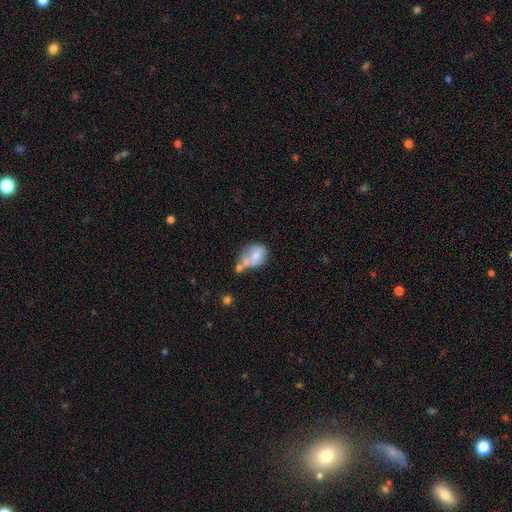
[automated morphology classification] Smooth or featured? Predicted: smooth (p=0.67). How rounded? Predicted: in between (p=0.58). Merging? Predicted: merger (p=0.39).